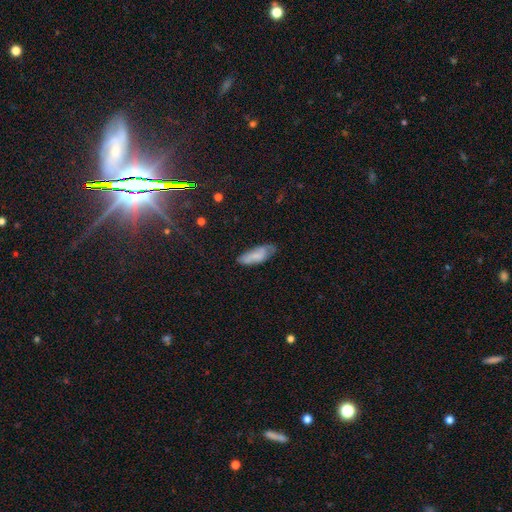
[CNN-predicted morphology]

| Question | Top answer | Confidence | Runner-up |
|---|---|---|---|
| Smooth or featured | smooth | 71% | featured or disk (22%) |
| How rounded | in between | 71% | cigar-shaped (27%) |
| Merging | none | 60% | minor disturbance (30%) |